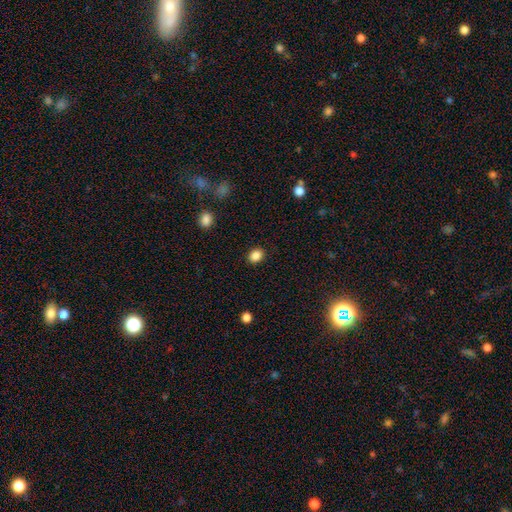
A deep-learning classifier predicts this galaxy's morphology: Smooth or featured: smooth — 87% (star or artifact — 10%)
How rounded: in between — 51% (round — 48%)
Merging: none — 89% (minor disturbance — 7%)